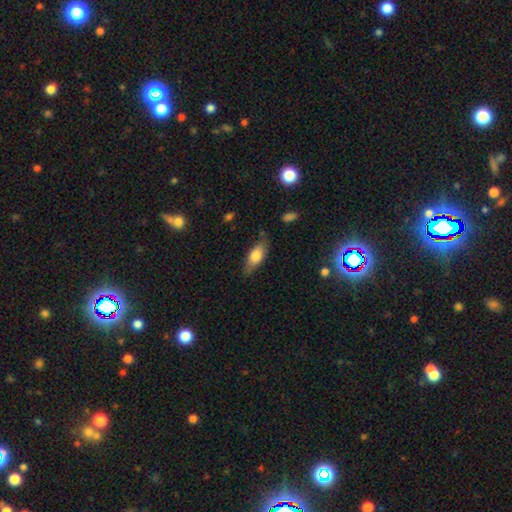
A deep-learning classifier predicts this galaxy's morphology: Overall: smooth (69%). How rounded: in between (70%). Merging: none (73%).